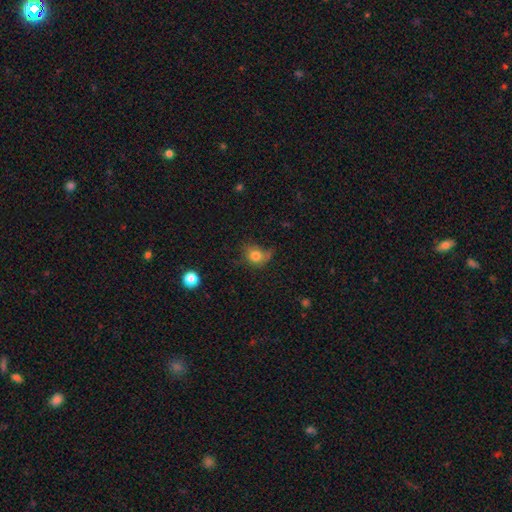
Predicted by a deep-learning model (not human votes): This is likely a smooth galaxy (76%). How rounded: likely round (66%). Merging: possibly none (45%).